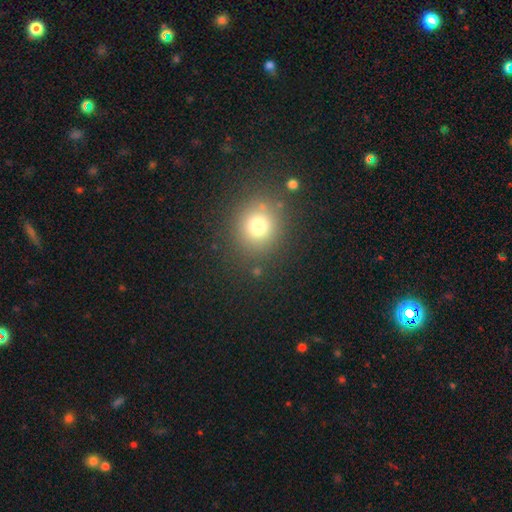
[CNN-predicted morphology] A smooth galaxy with no disk features (66%) that is round (81%). Merging: none (90%).